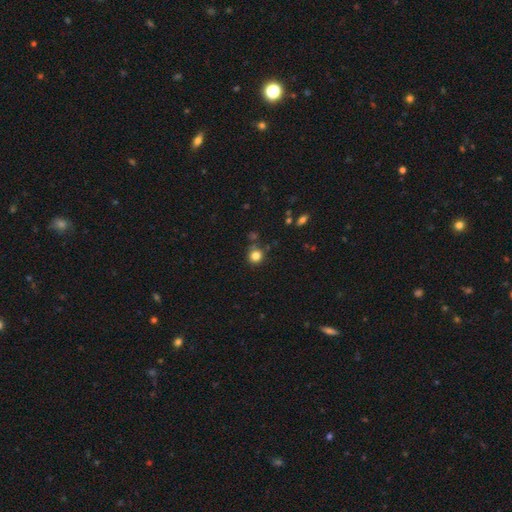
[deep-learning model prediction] Smooth or featured? smooth (82%)
How rounded? round (89%)
Merging? none (79%)